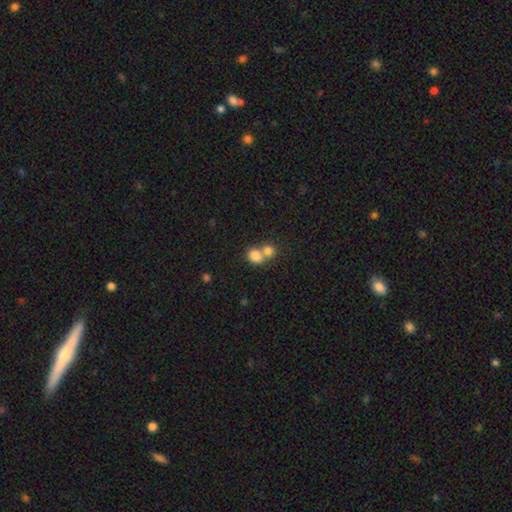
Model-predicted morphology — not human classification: type=smooth (81%); roundness=round (52%); merging=merger (62%).